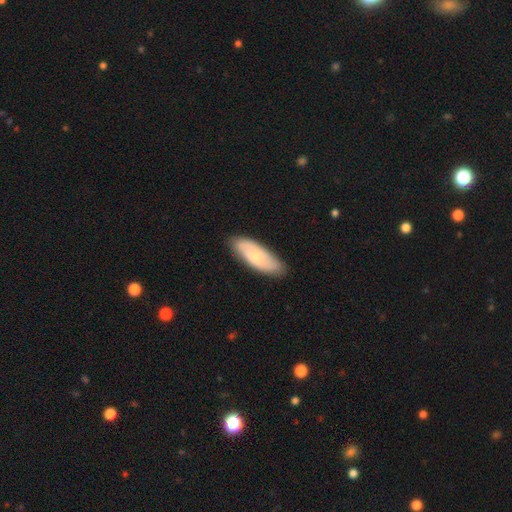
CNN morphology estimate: smooth_or_featured: smooth (p=0.62) [alt: featured or disk p=0.33]
how_rounded: in between (p=0.70) [alt: cigar-shaped p=0.28]
merging: none (p=0.82) [alt: minor disturbance p=0.14]